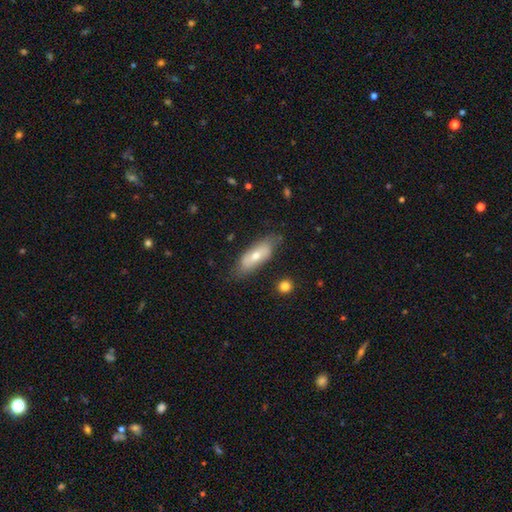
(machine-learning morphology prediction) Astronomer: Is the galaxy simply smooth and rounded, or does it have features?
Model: smooth — 59% (runner-up: featured or disk, 35%).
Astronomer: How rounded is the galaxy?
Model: in between — 70%.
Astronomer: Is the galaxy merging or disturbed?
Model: none — 73%.